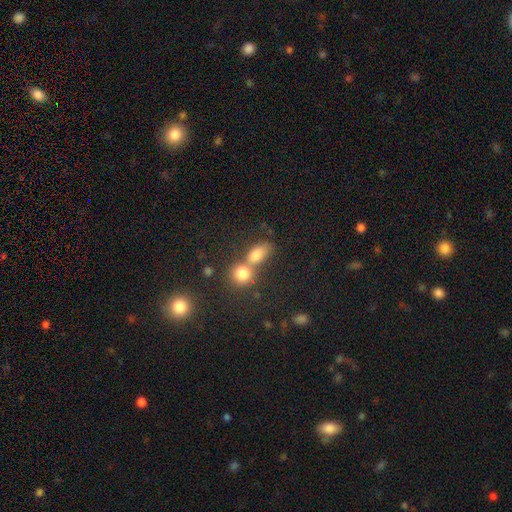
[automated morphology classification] type=smooth (73%); roundness=in between (58%); merging=merger (50%).